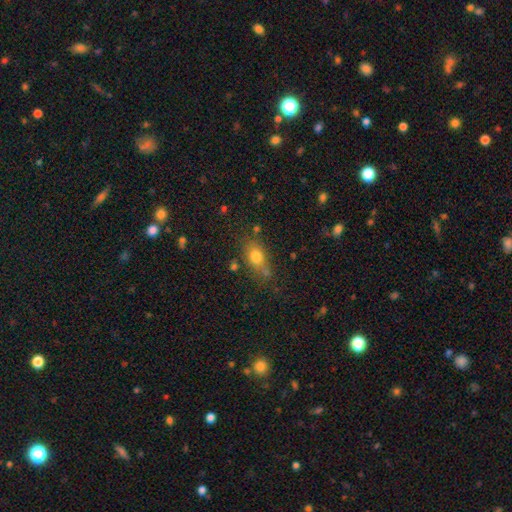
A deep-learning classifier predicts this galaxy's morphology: smooth 77%, featured or disk 12%, star or artifact 11%. Down the decision tree: how rounded — in between (67%); merging — none (63%).